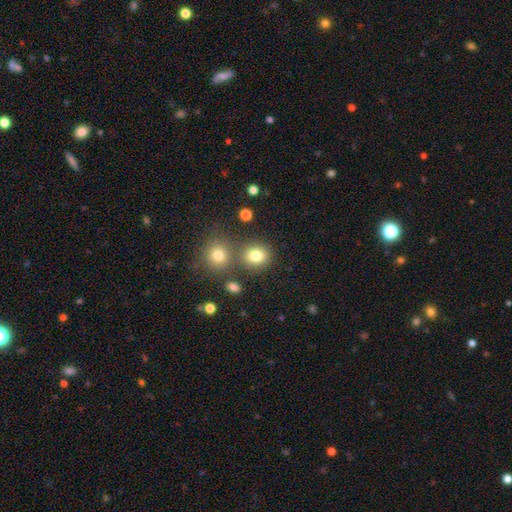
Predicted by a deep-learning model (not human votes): A smooth galaxy with no disk features (80%) that is round (71%).

Vote fractions:
- Smooth or featured? smooth: 80% / star or artifact: 13% / featured or disk: 7%
- How rounded? round: 71% / in between: 28% / cigar-shaped: 1%
- Merging? none: 69% / merger: 17% / minor disturbance: 10% / major disturbance: 4%